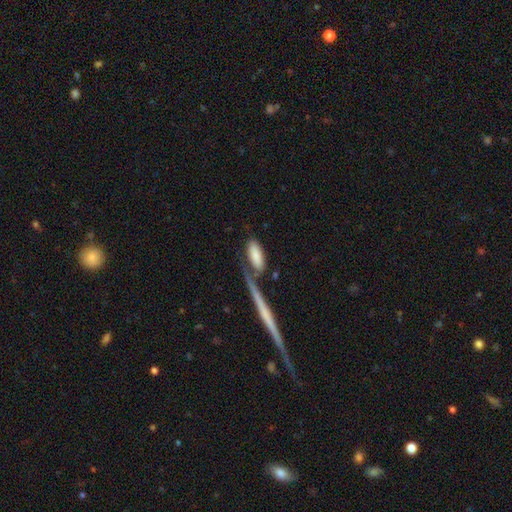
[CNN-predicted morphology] smooth_or_featured: smooth (p=0.81) [alt: featured or disk p=0.13]
how_rounded: in between (p=0.74) [alt: cigar-shaped p=0.23]
merging: none (p=0.52) [alt: merger p=0.22]